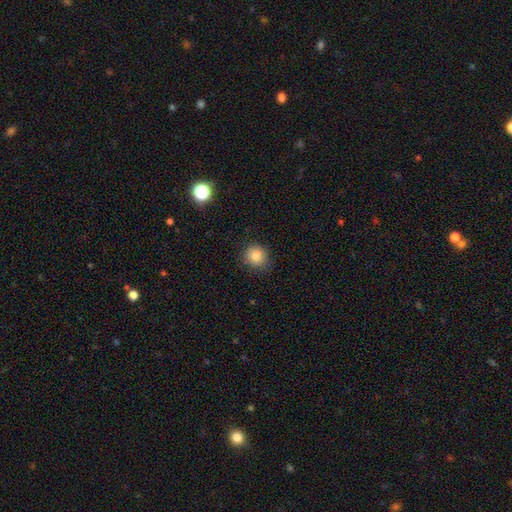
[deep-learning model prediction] Smooth or featured: smooth — 85% (star or artifact — 10%)
How rounded: round — 82% (in between — 17%)
Merging: none — 84% (minor disturbance — 12%)